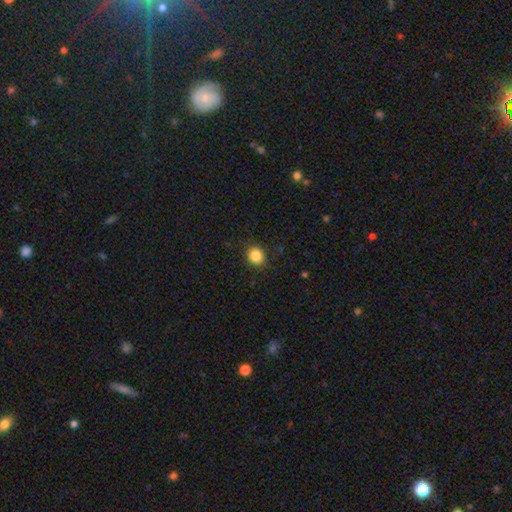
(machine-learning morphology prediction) type=smooth (85%); roundness=round (80%); merging=none (89%).